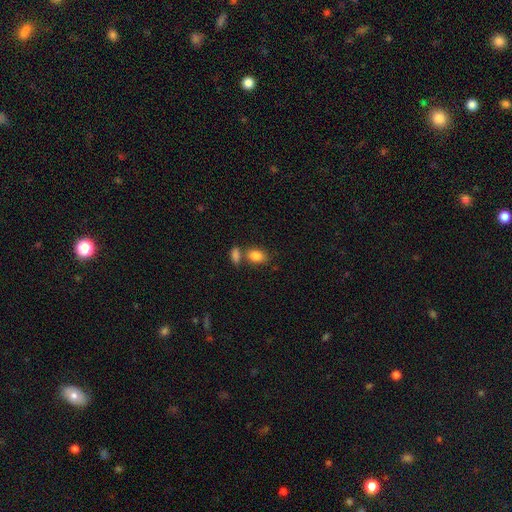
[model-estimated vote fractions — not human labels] The model was most divided on "merging": none: 51%, merger: 34%, minor disturbance: 12%, major disturbance: 4%. More confident: smooth or featured — smooth (85%); how rounded — in between (84%).